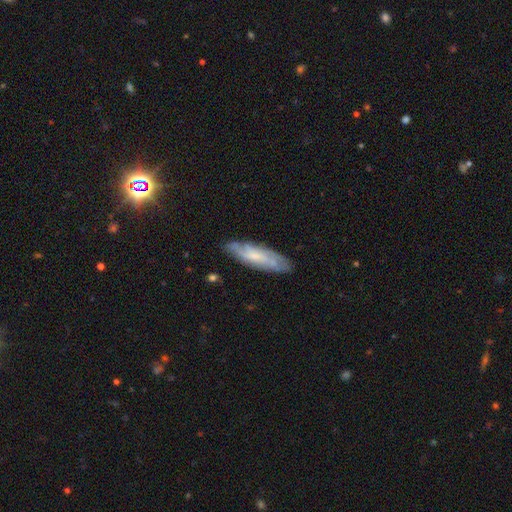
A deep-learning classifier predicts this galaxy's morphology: Smooth or featured? featured or disk (55%)
Edge-on disk? no (70%)
Merging? none (78%)